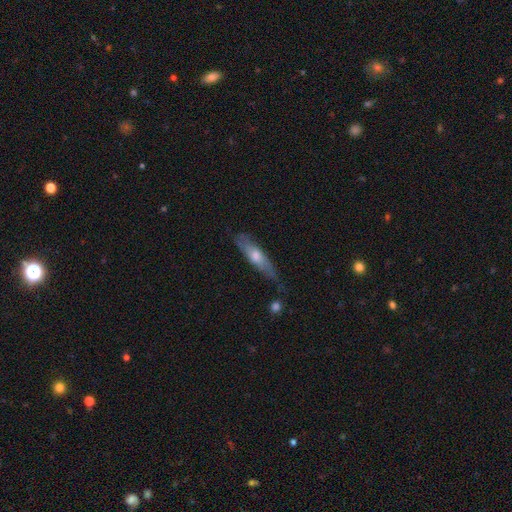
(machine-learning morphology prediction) A featured or disk galaxy (48%).

Vote fractions:
- Smooth or featured? featured or disk: 48% / smooth: 46% / star or artifact: 6%
- Merging? none: 64% / minor disturbance: 26% / major disturbance: 7% / merger: 3%